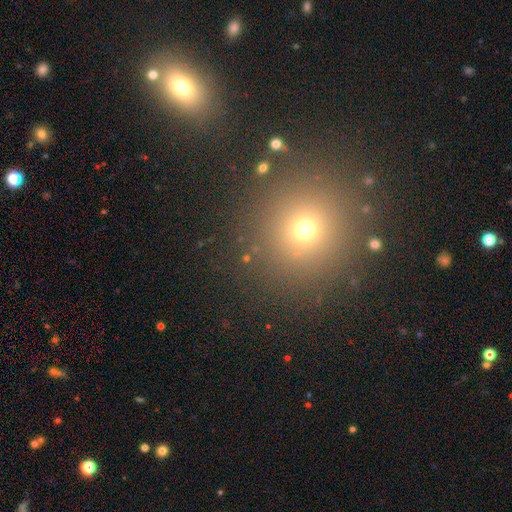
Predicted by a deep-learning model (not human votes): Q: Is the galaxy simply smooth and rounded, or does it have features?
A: smooth — 59%.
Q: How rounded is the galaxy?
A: round — 90%.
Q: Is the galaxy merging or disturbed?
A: none — 87%.